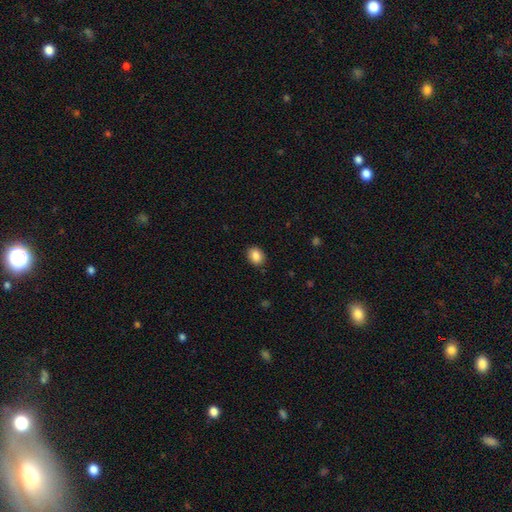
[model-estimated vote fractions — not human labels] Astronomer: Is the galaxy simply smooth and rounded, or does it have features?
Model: smooth — 87%.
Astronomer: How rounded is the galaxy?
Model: in between — 51% (runner-up: round, 48%).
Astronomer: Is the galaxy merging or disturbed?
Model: none — 89%.